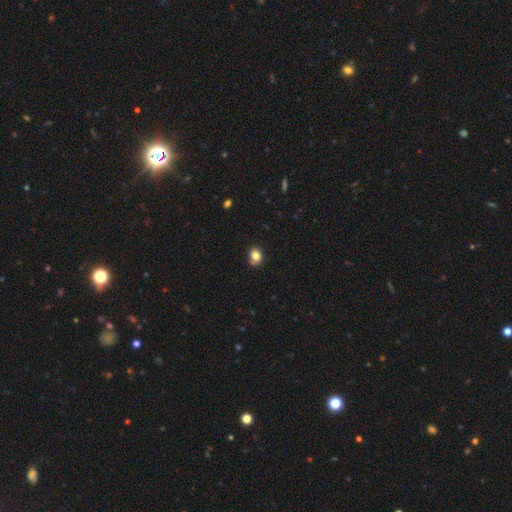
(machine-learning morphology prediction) A smooth galaxy with no disk features (81%) that is round (53%). Merging: none (67%).